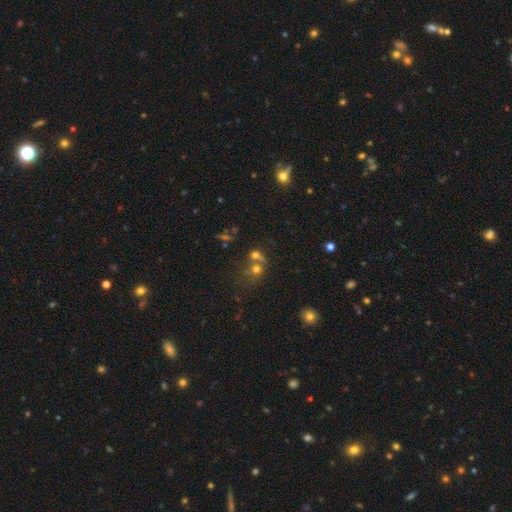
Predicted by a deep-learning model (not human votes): smooth_or_featured: smooth (p=0.62) [alt: star or artifact p=0.20]
how_rounded: round (p=0.70) [alt: in between p=0.29]
merging: merger (p=0.54) [alt: none p=0.31]